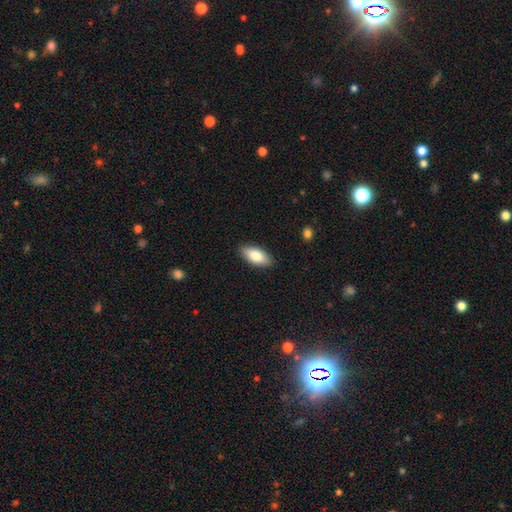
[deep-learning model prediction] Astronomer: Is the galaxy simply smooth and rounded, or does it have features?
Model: smooth — 82%.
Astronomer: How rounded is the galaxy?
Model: in between — 90%.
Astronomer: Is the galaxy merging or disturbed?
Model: none — 88%.